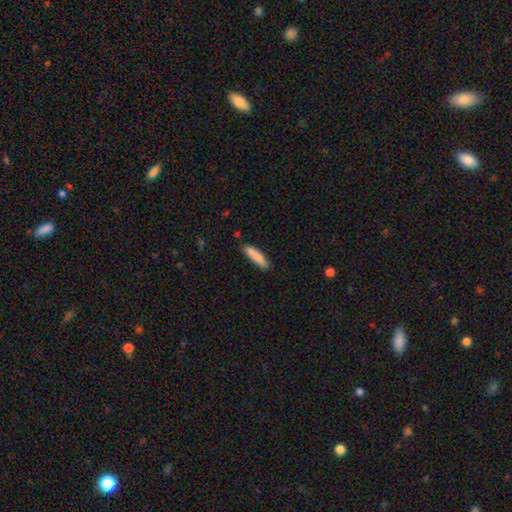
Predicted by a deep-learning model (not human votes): This is clearly a smooth galaxy (86%). How rounded: likely cigar-shaped (76%). Merging: likely none (79%).